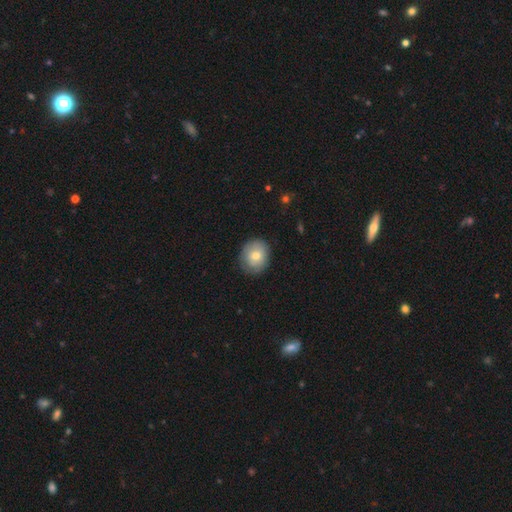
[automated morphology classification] Smooth or featured: smooth — 71% (featured or disk — 21%)
How rounded: round — 67% (in between — 32%)
Merging: none — 80% (minor disturbance — 15%)